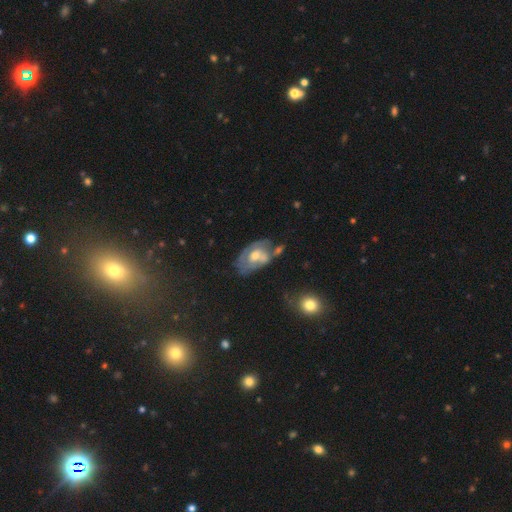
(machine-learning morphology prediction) Smooth or featured: featured or disk — 66% (smooth — 26%)
Edge-on disk: no — 95% (yes — 5%)
Bar: no — 65% (weak — 29%)
Spiral arms: yes — 63% (no — 37%)
Bulge size: moderate — 65% (small — 27%)
Merging: none — 34% (minor disturbance — 27%)